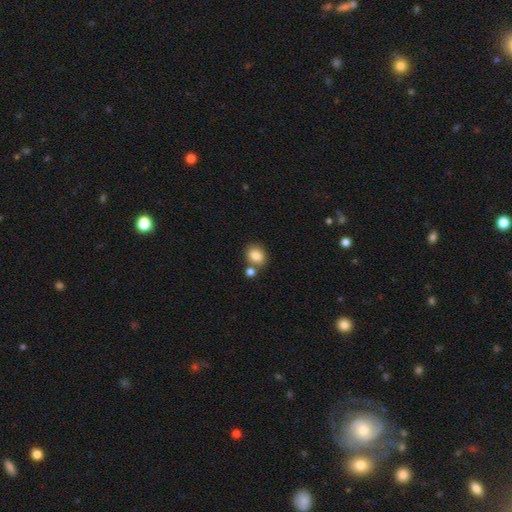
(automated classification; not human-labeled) This is clearly a smooth galaxy (84%). How rounded: possibly round (59%). Merging: likely none (63%).